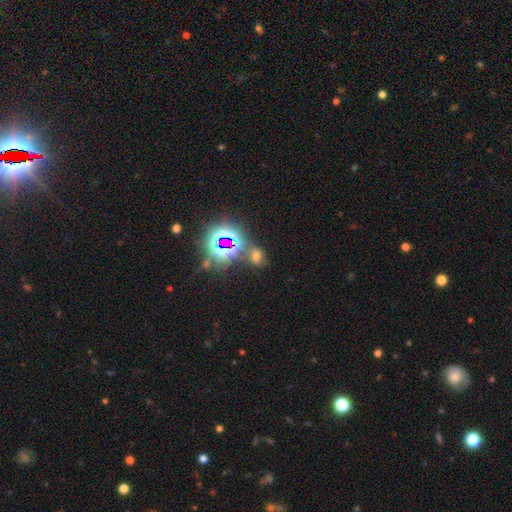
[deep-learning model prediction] Smooth or featured: star or artifact — 48% (smooth — 40%)